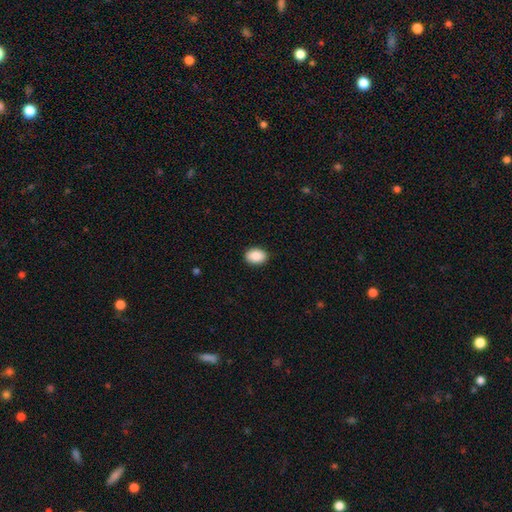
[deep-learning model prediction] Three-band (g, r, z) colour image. It shows a smooth galaxy with no disk features (89%) that is in between round and cigar-shaped (79%). Merging: none (90%).